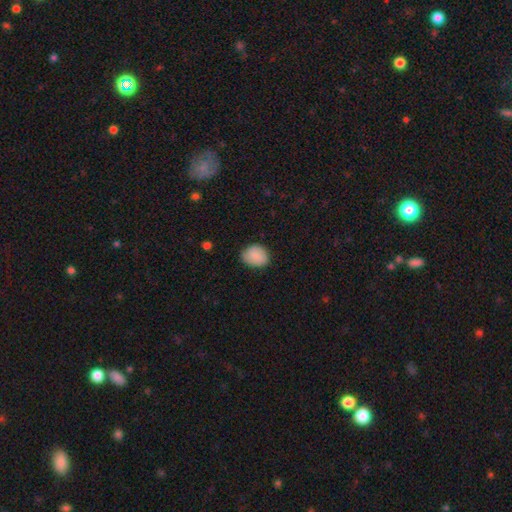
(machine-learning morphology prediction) smooth 88%, star or artifact 7%, featured or disk 5%. Down the decision tree: how rounded — round (50%); merging — none (76%).